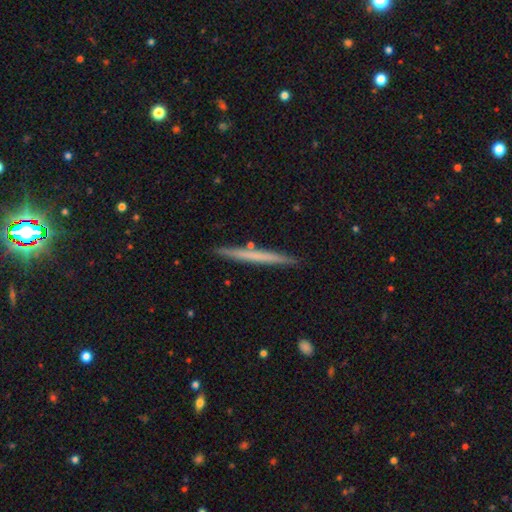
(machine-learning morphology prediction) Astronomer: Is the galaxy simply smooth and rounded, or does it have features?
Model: smooth — 51% (runner-up: featured or disk, 43%).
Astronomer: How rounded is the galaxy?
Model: cigar-shaped — 97%.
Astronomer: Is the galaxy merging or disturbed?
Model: none — 90%.